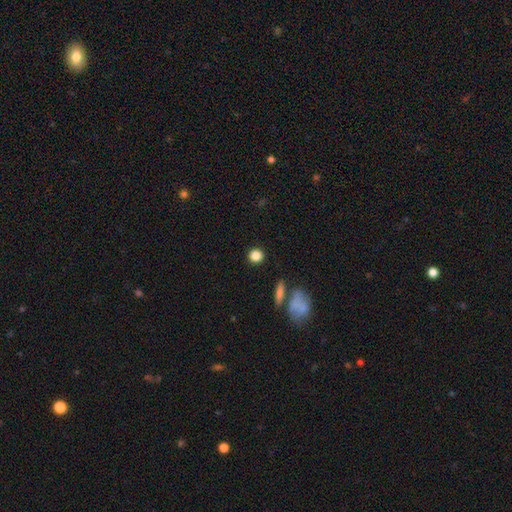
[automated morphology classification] smooth_or_featured: smooth (p=0.84) [alt: star or artifact p=0.10]
how_rounded: round (p=0.90) [alt: in between p=0.08]
merging: none (p=0.88) [alt: minor disturbance p=0.06]